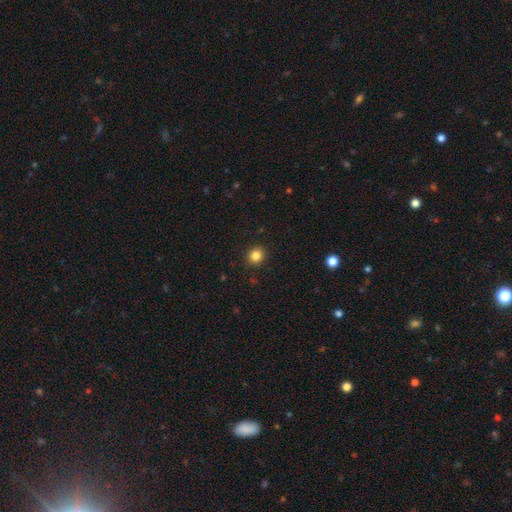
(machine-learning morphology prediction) Smooth or featured?
  - smooth: 84% *
  - star or artifact: 11%
  - featured or disk: 4%
How rounded?
  - round: 88% *
  - in between: 11%
  - cigar-shaped: 1%
Merging?
  - none: 91% *
  - minor disturbance: 6%
  - major disturbance: 2%
  - merger: 1%